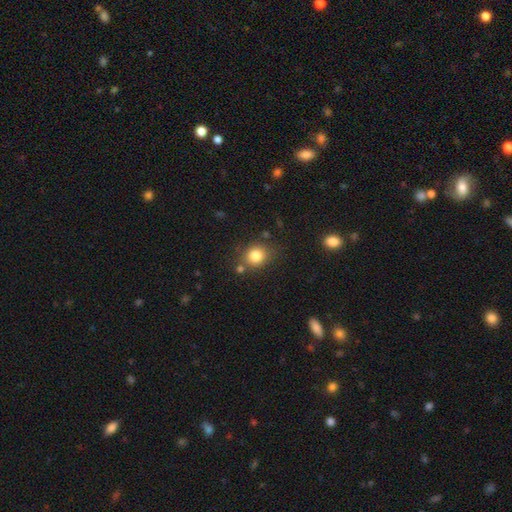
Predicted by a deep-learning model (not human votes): Morphology: type=smooth (82%); roundness=round (74%); merging=none (76%).